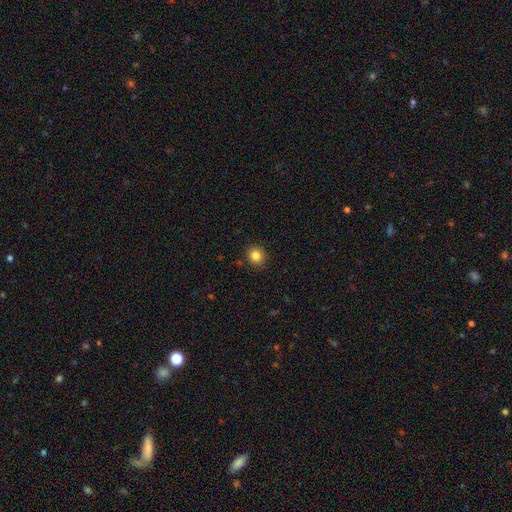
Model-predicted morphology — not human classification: smooth-or-featured: smooth: 83% | star or artifact: 11% | featured or disk: 5%
  how-rounded: round: 85% | in between: 15% | cigar-shaped: 1%
  merging: none: 90% | minor disturbance: 7% | major disturbance: 2% | merger: 1%